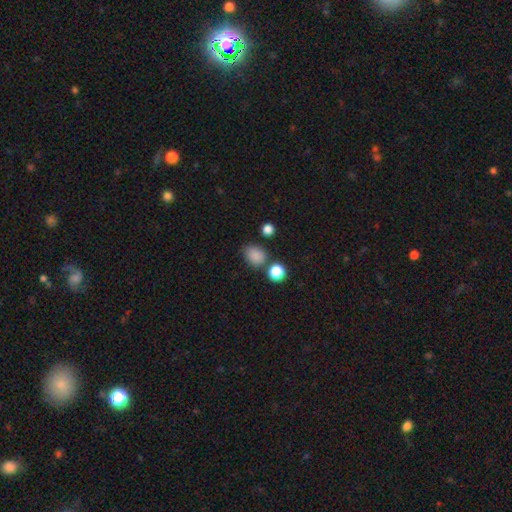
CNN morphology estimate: Q: Smooth or featured?
A: smooth (84%); runner-up: star or artifact (12%)
Q: How rounded?
A: round (52%); runner-up: in between (47%)
Q: Merging?
A: none (70%); runner-up: minor disturbance (16%)